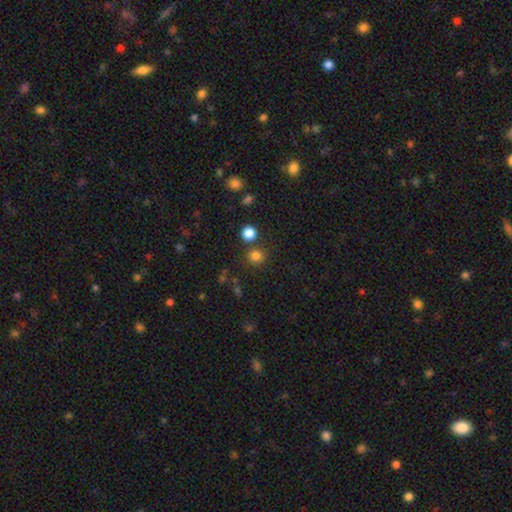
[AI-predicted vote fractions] Morphology: type=smooth (79%); roundness=round (89%); merging=none (78%).